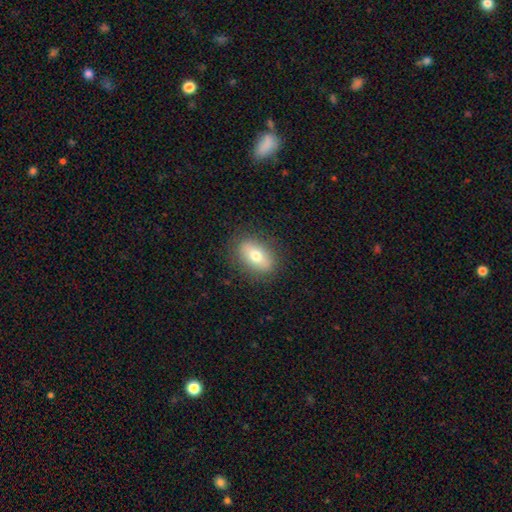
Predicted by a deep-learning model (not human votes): Smooth or featured? Predicted: smooth (p=0.68). How rounded? Predicted: in between (p=0.82). Merging? Predicted: none (p=0.84).